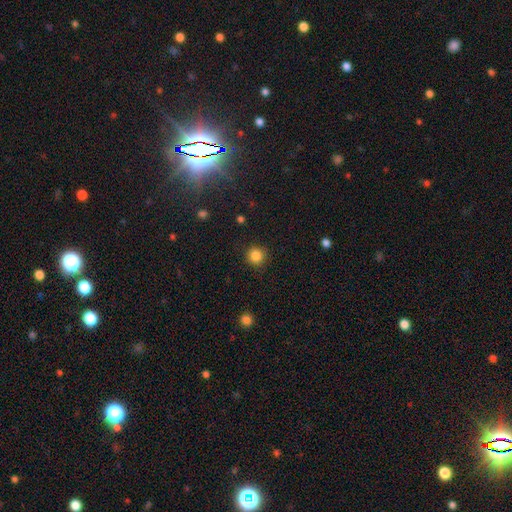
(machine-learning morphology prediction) This is clearly a smooth galaxy (85%). How rounded: clearly round (93%). Merging: clearly none (90%).